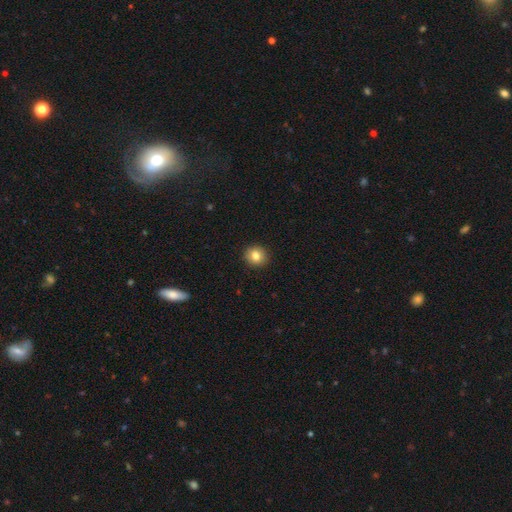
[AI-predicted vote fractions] Q: Smooth or featured?
A: smooth (83%); runner-up: star or artifact (10%)
Q: How rounded?
A: round (83%); runner-up: in between (16%)
Q: Merging?
A: none (92%); runner-up: minor disturbance (6%)